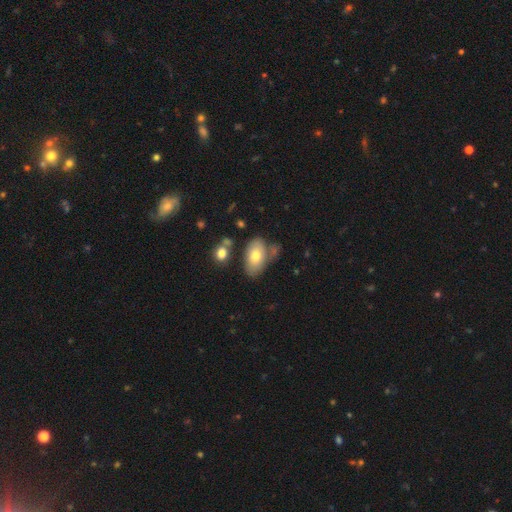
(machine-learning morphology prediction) This is likely a smooth galaxy (71%). How rounded: clearly in between (91%). Merging: possibly none (56%).